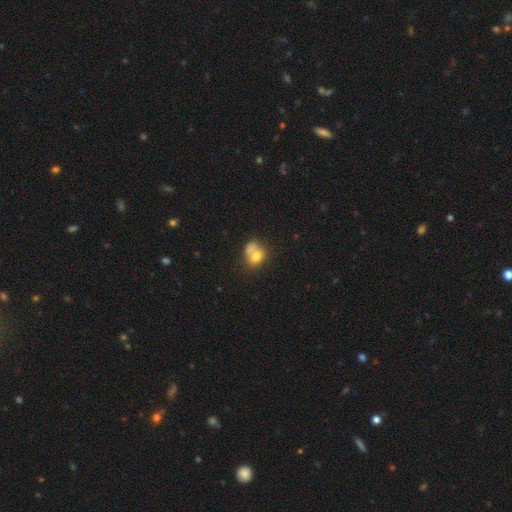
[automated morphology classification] Smooth or featured? Predicted: smooth (p=0.71). How rounded? Predicted: in between (p=0.55). Merging? Predicted: merger (p=0.53).